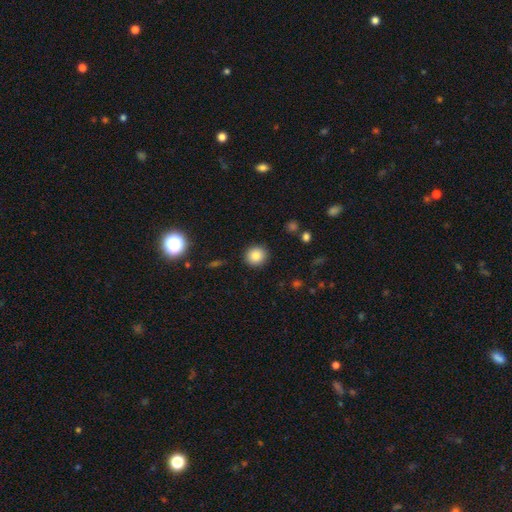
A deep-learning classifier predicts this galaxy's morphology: This appears to be a smooth galaxy with no disk features (85%) that is round (89%). Merging: none (91%).